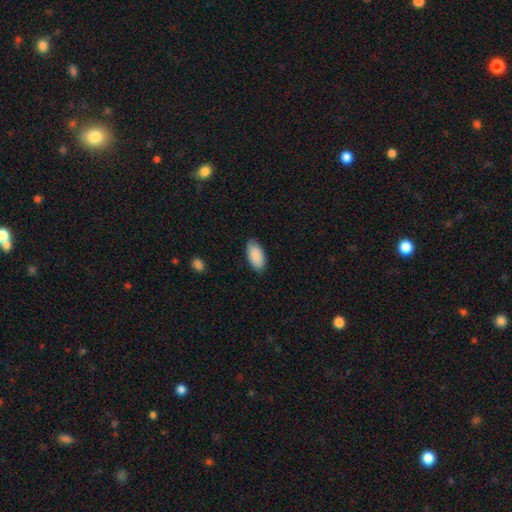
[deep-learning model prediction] A smooth galaxy with no disk features (90%) that is in between round and cigar-shaped (94%).

Vote fractions:
- Smooth or featured? smooth: 90% / star or artifact: 6% / featured or disk: 4%
- How rounded? in between: 94% / cigar-shaped: 5% / round: 2%
- Merging? none: 83% / minor disturbance: 14% / major disturbance: 3% / merger: 1%